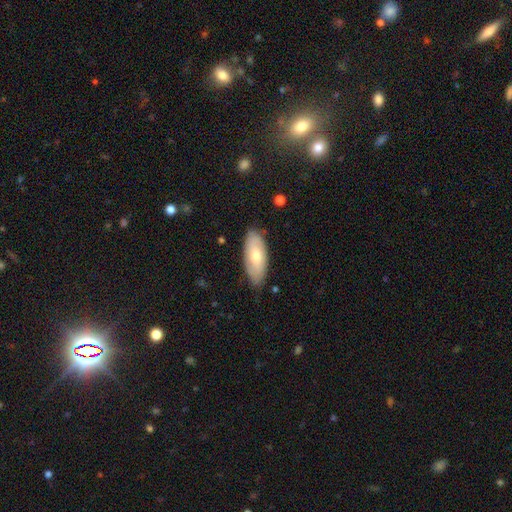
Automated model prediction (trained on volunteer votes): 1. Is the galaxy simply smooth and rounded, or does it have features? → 62% smooth, 32% featured or disk, 6% star or artifact.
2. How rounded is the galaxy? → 83% in between, 15% cigar-shaped, 2% round.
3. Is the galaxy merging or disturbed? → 82% none, 14% minor disturbance, 3% major disturbance, 1% merger.